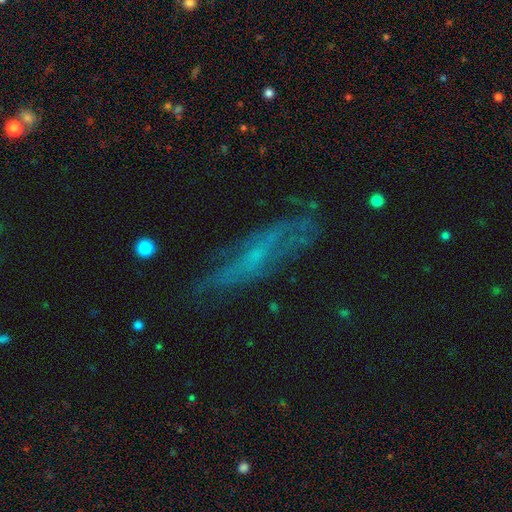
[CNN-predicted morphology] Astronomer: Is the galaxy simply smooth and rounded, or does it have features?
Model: featured or disk — 50% (runner-up: smooth, 35%).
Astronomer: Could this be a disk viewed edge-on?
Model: no — 55% (runner-up: yes, 45%).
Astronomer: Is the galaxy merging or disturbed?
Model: none — 63%.